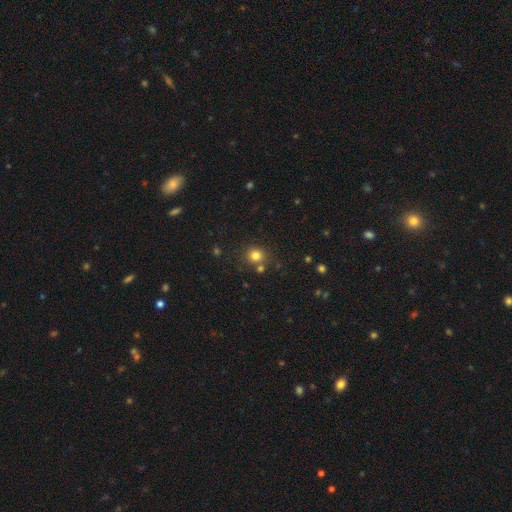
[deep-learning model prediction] Q: Smooth or featured?
A: smooth (79%); runner-up: star or artifact (14%)
Q: How rounded?
A: round (87%); runner-up: in between (12%)
Q: Merging?
A: none (77%); runner-up: merger (11%)